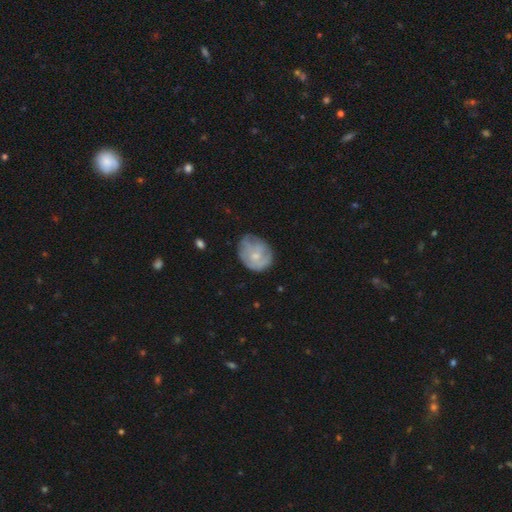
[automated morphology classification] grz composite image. It shows a smooth galaxy with no disk features (50%). Merging: none (58%).